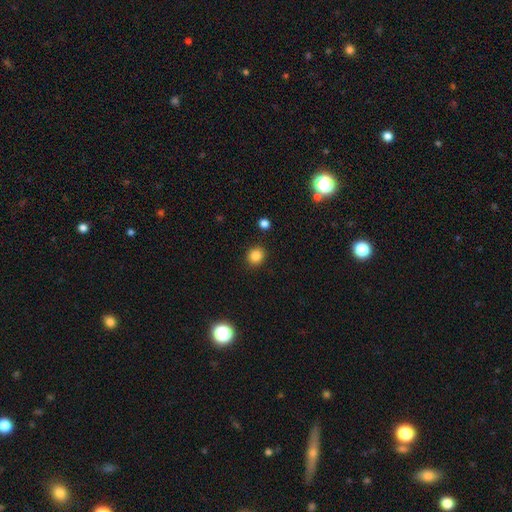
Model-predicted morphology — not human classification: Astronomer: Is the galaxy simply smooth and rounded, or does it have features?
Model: smooth — 85%.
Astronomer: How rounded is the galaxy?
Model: round — 83%.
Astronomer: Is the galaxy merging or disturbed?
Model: none — 89%.